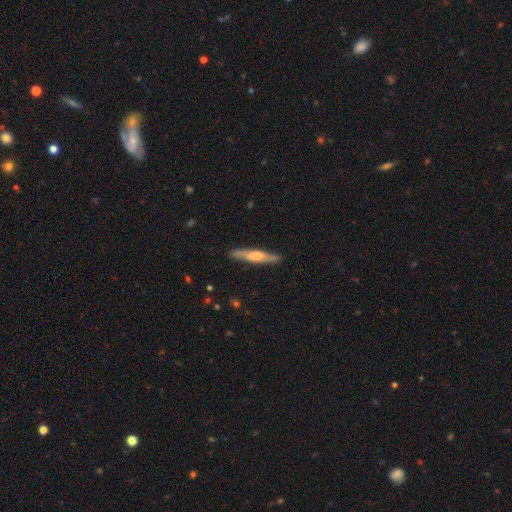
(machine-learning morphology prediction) The model was most divided on "smooth or featured": smooth: 48%, featured or disk: 47%, star or artifact: 5%. More confident: merging — none (88%).